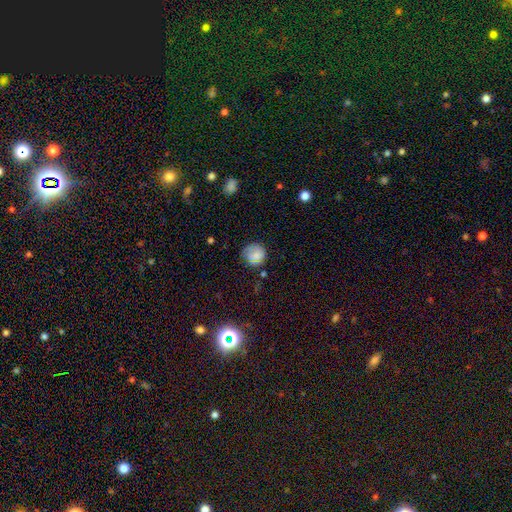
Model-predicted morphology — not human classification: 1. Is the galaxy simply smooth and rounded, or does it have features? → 77% smooth, 14% featured or disk, 9% star or artifact.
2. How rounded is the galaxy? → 87% round, 12% in between, 1% cigar-shaped.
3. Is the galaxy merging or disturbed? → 68% none, 23% minor disturbance, 7% major disturbance, 2% merger.